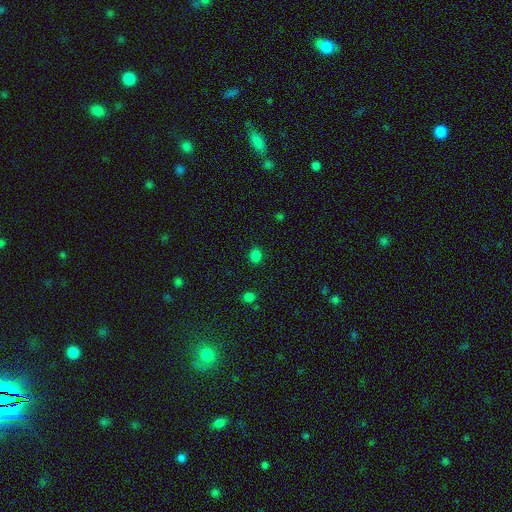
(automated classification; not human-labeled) A smooth galaxy with no disk features (81%) that is round (63%).

Vote fractions:
- Smooth or featured? smooth: 81% / star or artifact: 16% / featured or disk: 3%
- How rounded? round: 63% / in between: 36% / cigar-shaped: 1%
- Merging? none: 87% / minor disturbance: 9% / major disturbance: 3% / merger: 2%